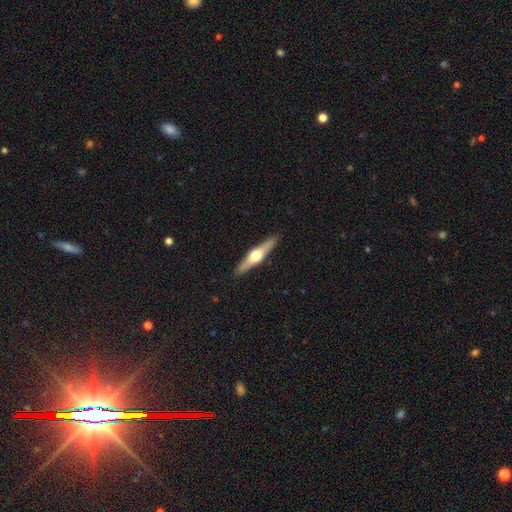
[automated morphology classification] The model was most divided on "smooth or featured": featured or disk: 70%, smooth: 25%, star or artifact: 5%. More confident: edge-on disk — yes (97%); edge-on bulge — rounded (95%); merging — none (91%).